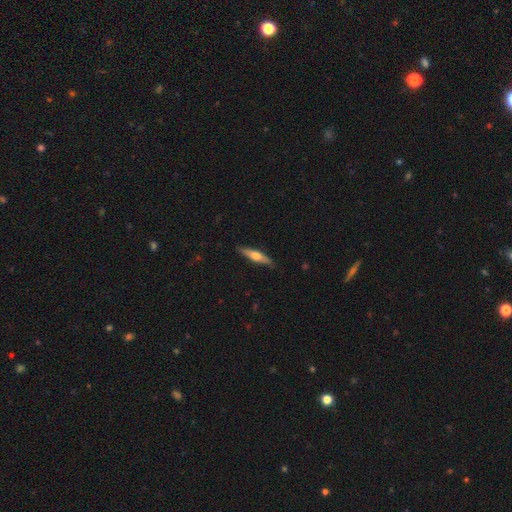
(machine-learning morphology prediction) smooth_or_featured: featured or disk (p=0.49) [alt: smooth p=0.45]
merging: none (p=0.86) [alt: minor disturbance p=0.11]